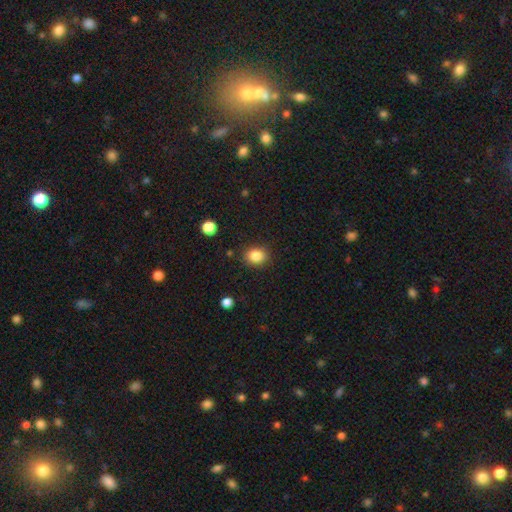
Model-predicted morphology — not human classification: Smooth or featured? Predicted: smooth (p=0.85). How rounded? Predicted: round (p=0.61). Merging? Predicted: none (p=0.86).